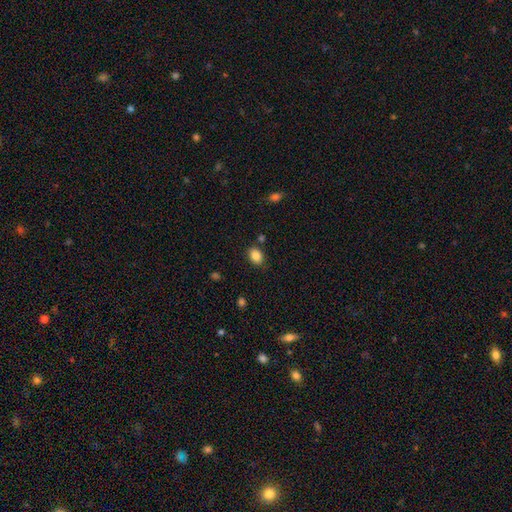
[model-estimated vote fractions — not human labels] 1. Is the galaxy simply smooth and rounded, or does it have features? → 86% smooth, 9% star or artifact, 5% featured or disk.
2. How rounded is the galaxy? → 67% in between, 32% round, 1% cigar-shaped.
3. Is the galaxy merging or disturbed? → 81% none, 12% minor disturbance, 4% merger, 3% major disturbance.